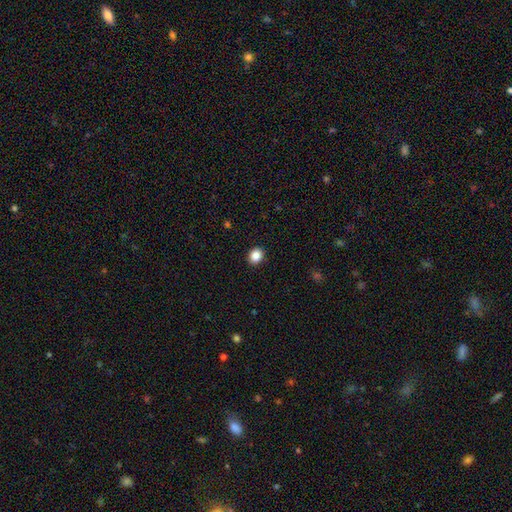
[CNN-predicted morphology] Smooth or featured? smooth (87%)
How rounded? round (66%)
Merging? none (92%)